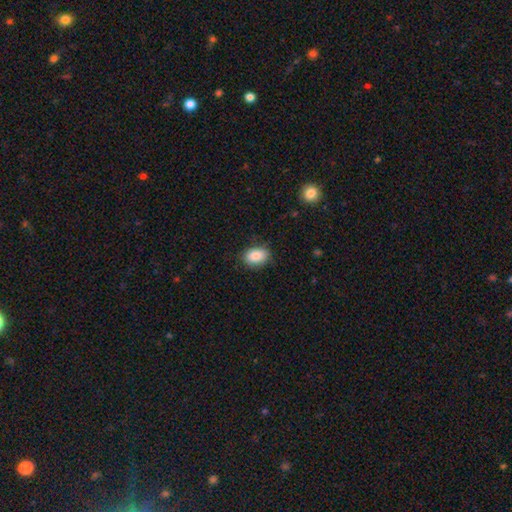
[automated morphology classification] type=smooth (87%); roundness=in between (83%); merging=none (82%).